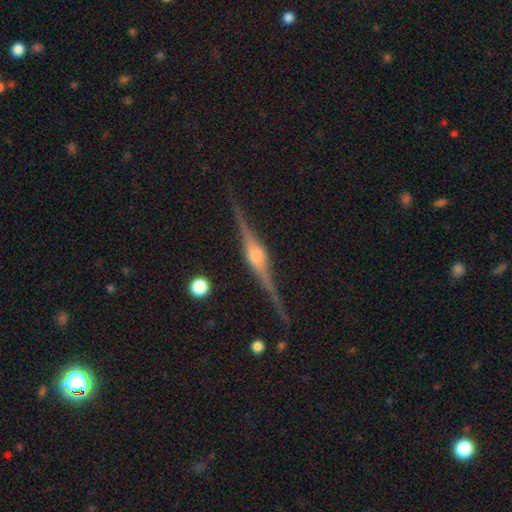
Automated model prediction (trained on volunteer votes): A featured or disk galaxy (90%) viewed edge-on (98%) with a rounded central bulge (89%). Merging: none (88%).